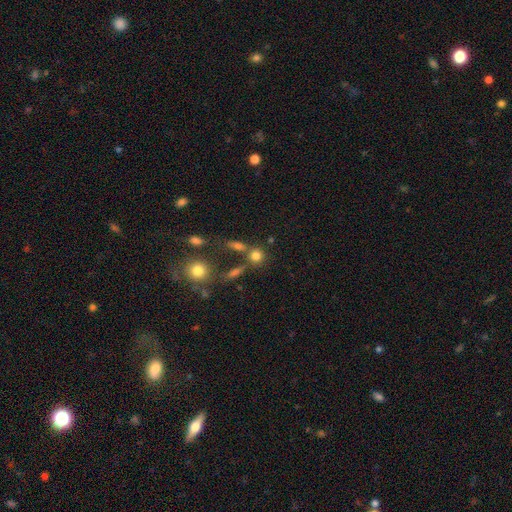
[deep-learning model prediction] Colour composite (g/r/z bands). It shows a smooth galaxy with no disk features (78%) that is round (82%). Merging: none (60%).